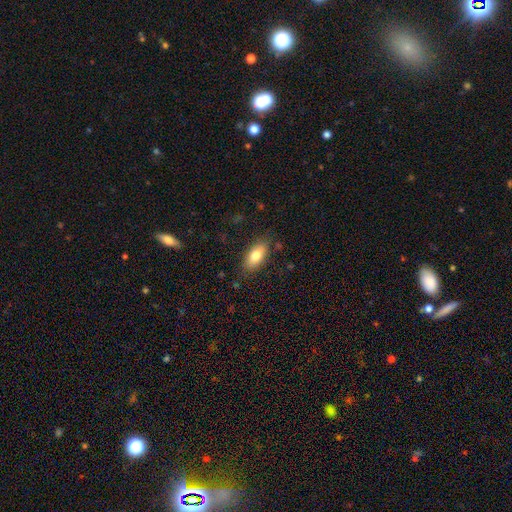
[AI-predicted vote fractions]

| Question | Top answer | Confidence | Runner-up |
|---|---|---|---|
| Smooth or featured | smooth | 79% | featured or disk (14%) |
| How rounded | in between | 86% | cigar-shaped (10%) |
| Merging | none | 82% | minor disturbance (13%) |